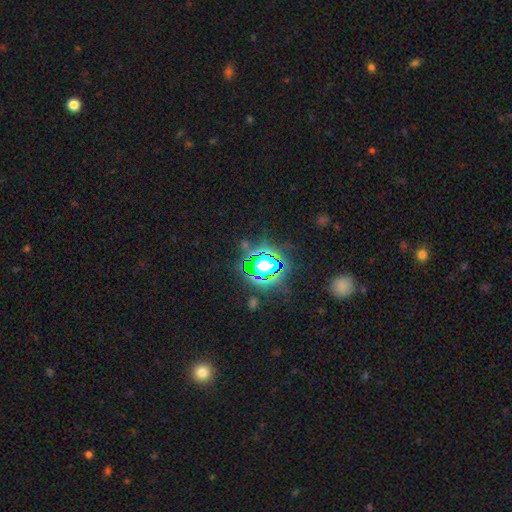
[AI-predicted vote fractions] Smooth or featured? star or artifact (79%)